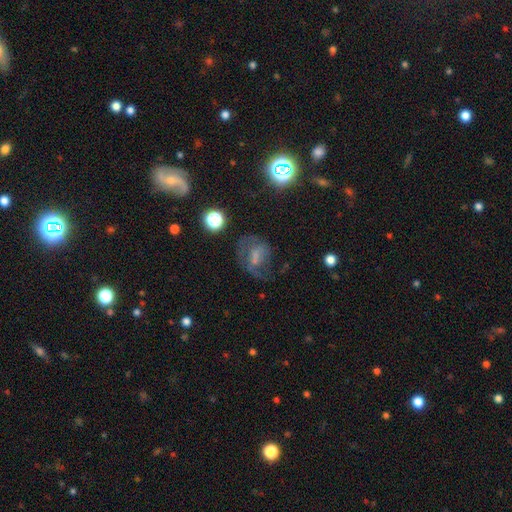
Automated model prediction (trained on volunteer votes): Smooth or featured: featured or disk — 50% (smooth — 32%)
Merging: none — 42% (major disturbance — 34%)